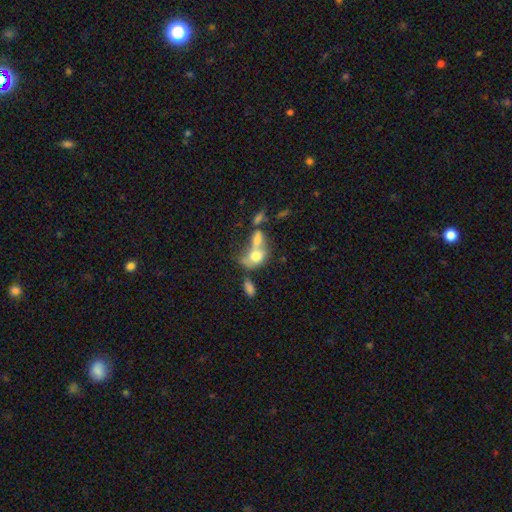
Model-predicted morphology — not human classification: Smooth or featured? Predicted: smooth (p=0.66). How rounded? Predicted: in between (p=0.72). Merging? Predicted: merger (p=0.67).